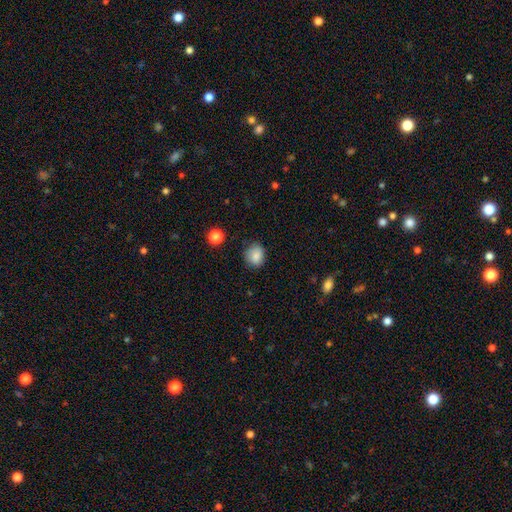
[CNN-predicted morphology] type=smooth (85%); roundness=round (69%); merging=none (77%).